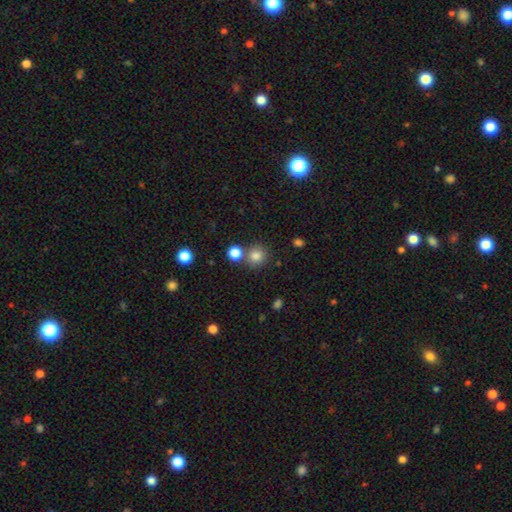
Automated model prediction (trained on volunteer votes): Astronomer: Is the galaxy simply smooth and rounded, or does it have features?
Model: smooth — 81%.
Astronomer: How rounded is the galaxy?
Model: round — 92%.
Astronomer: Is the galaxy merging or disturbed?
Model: none — 73%.